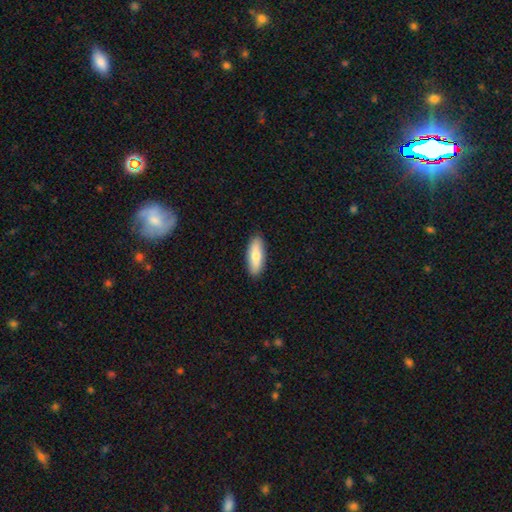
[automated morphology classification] Overall: smooth (74%). How rounded: in between (60%; cigar-shaped 38%). Merging: none (90%).